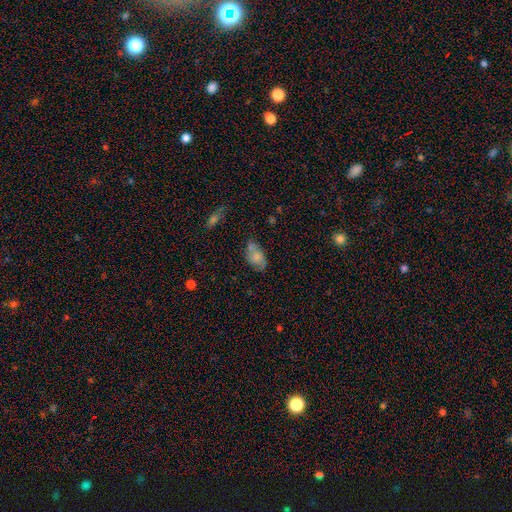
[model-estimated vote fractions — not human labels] Smooth or featured? Predicted: smooth (p=0.66). How rounded? Predicted: in between (p=0.90). Merging? Predicted: none (p=0.52).